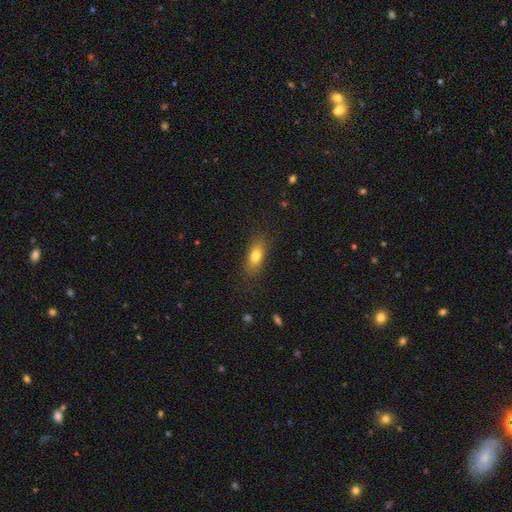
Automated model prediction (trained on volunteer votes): Smooth or featured: smooth — 78% (featured or disk — 13%)
How rounded: in between — 77% (cigar-shaped — 16%)
Merging: none — 82% (minor disturbance — 13%)